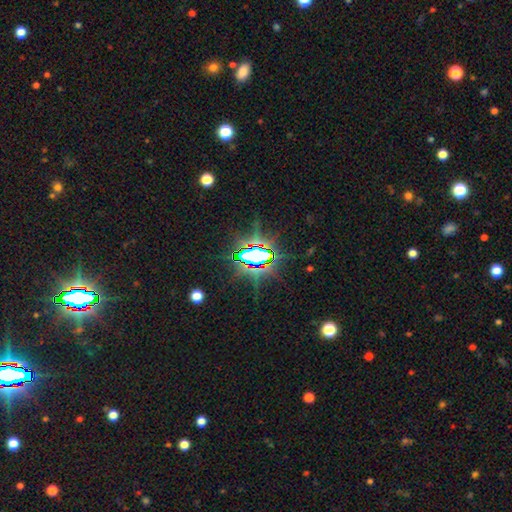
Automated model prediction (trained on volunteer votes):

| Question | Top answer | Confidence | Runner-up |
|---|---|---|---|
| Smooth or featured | star or artifact | 76% | smooth (13%) |